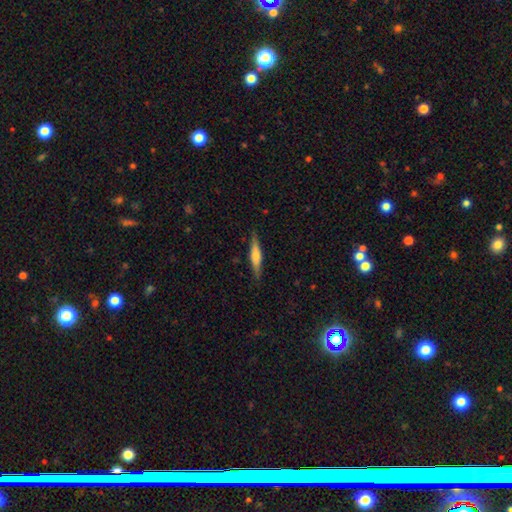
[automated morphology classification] Smooth or featured?
  - smooth: 51% *
  - featured or disk: 43%
  - star or artifact: 6%
How rounded?
  - cigar-shaped: 85% *
  - in between: 13%
  - round: 2%
Merging?
  - none: 86% *
  - minor disturbance: 11%
  - major disturbance: 2%
  - merger: 1%